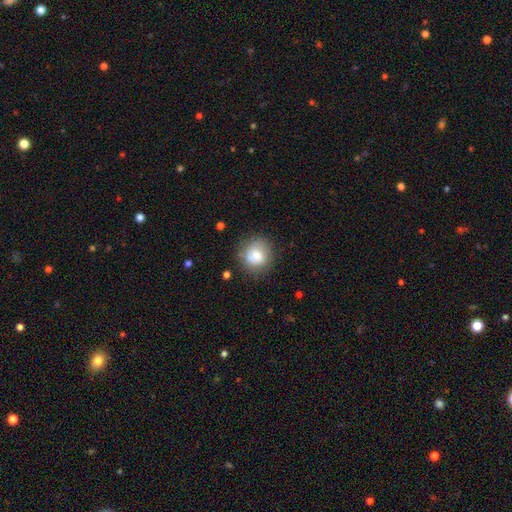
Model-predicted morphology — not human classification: The model was most divided on "merging": none: 74%, minor disturbance: 18%, major disturbance: 6%, merger: 3%. More confident: how rounded — round (86%); smooth or featured — smooth (77%).